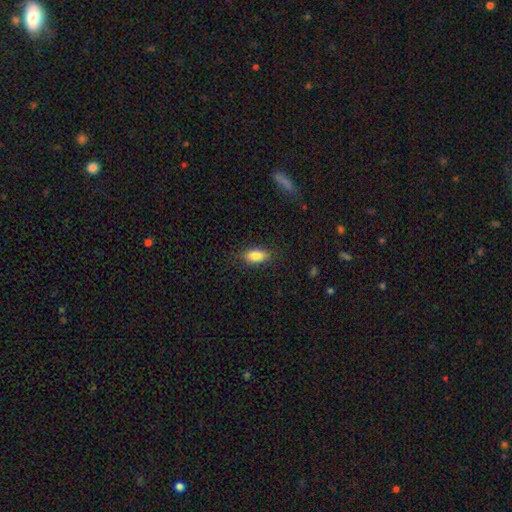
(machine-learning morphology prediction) smooth-or-featured: smooth: 85% | star or artifact: 7% | featured or disk: 7%
  how-rounded: in between: 87% | cigar-shaped: 9% | round: 4%
  merging: none: 84% | minor disturbance: 11% | major disturbance: 3% | merger: 1%